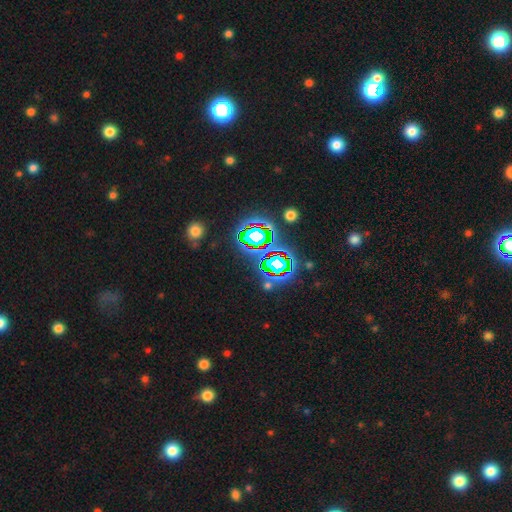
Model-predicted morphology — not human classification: This appears to be a star or artifact, not a galaxy (75%).